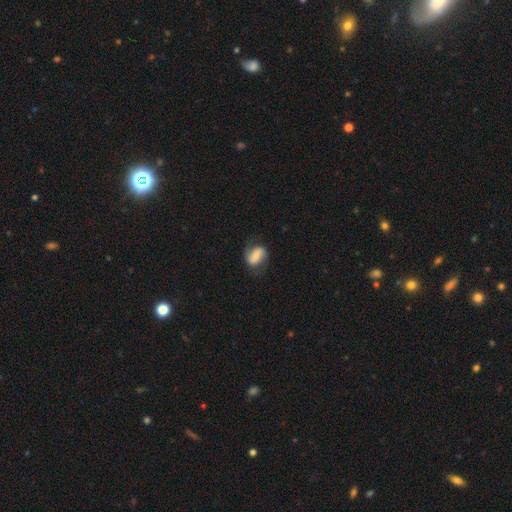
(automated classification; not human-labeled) Smooth or featured: featured or disk — 48% (smooth — 44%)
Merging: none — 66% (minor disturbance — 21%)